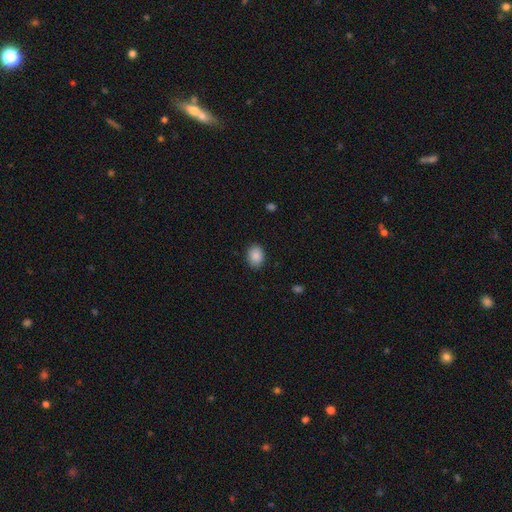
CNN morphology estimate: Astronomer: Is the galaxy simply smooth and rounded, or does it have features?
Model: smooth — 89%.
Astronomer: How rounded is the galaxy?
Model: in between — 60% (runner-up: round, 39%).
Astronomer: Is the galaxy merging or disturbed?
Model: none — 87%.